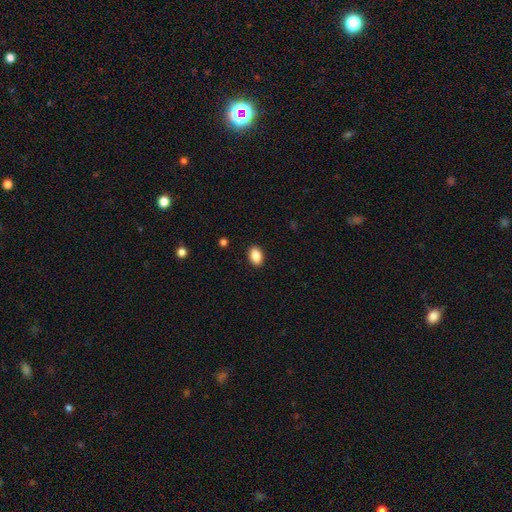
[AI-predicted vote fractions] Smooth or featured? smooth (88%)
How rounded? in between (89%)
Merging? none (90%)